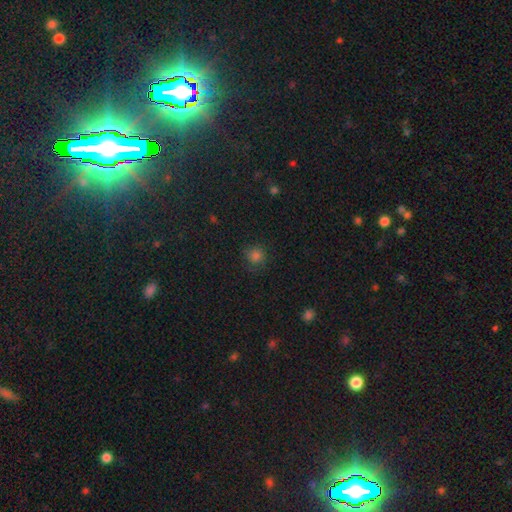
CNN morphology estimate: Smooth or featured?
  - smooth: 79% *
  - star or artifact: 17%
  - featured or disk: 4%
How rounded?
  - round: 91% *
  - in between: 8%
  - cigar-shaped: 1%
Merging?
  - none: 83% *
  - minor disturbance: 12%
  - major disturbance: 4%
  - merger: 1%